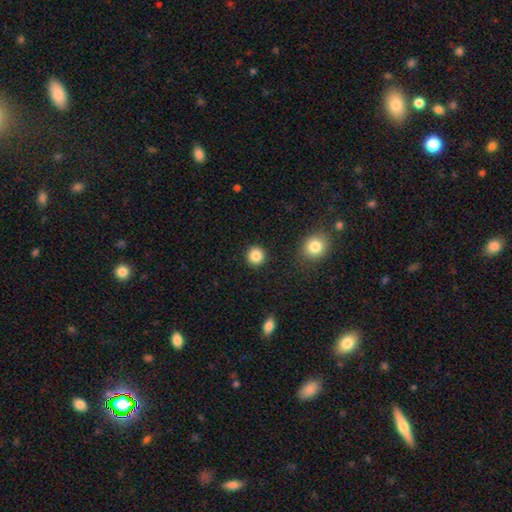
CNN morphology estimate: Smooth or featured?
  - smooth: 86% *
  - star or artifact: 10%
  - featured or disk: 5%
How rounded?
  - round: 93% *
  - in between: 6%
  - cigar-shaped: 1%
Merging?
  - none: 91% *
  - minor disturbance: 5%
  - major disturbance: 2%
  - merger: 2%